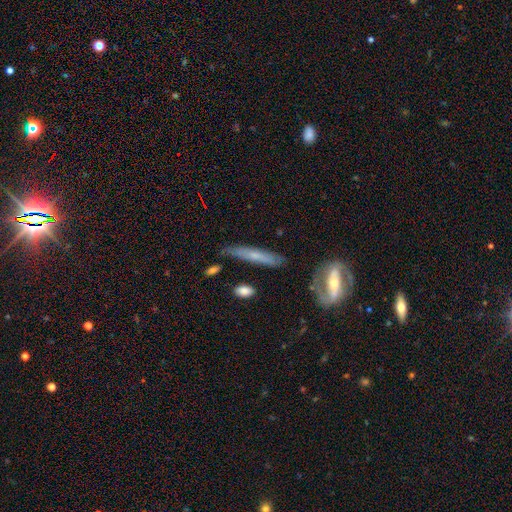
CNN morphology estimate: The model was most divided on "smooth or featured": featured or disk: 51%, smooth: 41%, star or artifact: 8%. More confident: edge-on disk — yes (72%); merging — none (72%).